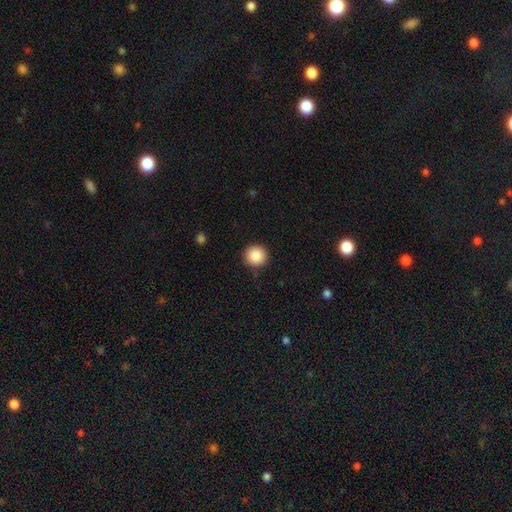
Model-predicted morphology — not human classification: smooth 88%, star or artifact 9%, featured or disk 3%. Down the decision tree: how rounded — round (95%); merging — none (90%).